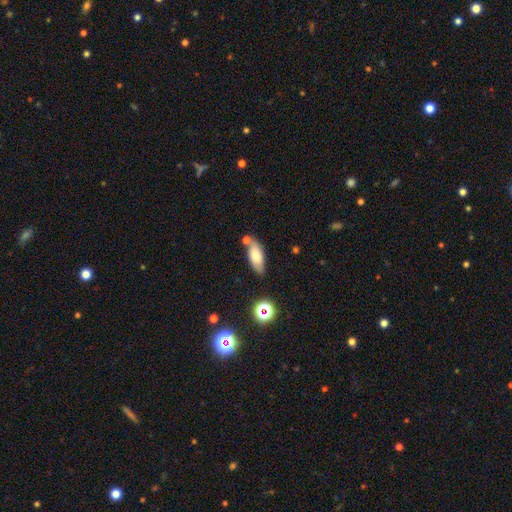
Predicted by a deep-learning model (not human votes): This is likely a smooth galaxy (75%). How rounded: likely in between (78%). Merging: likely none (69%).